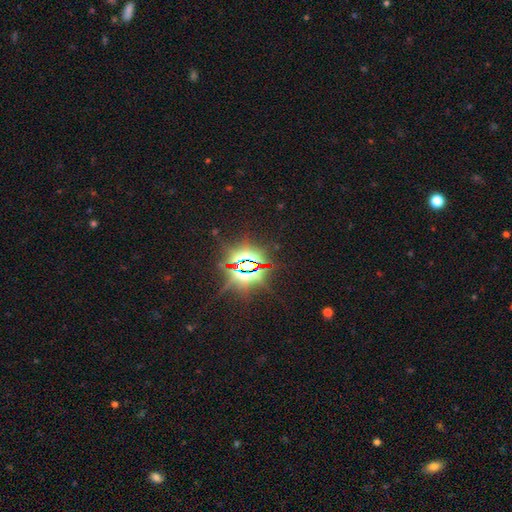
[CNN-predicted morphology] A star or artifact, not a galaxy (85%).